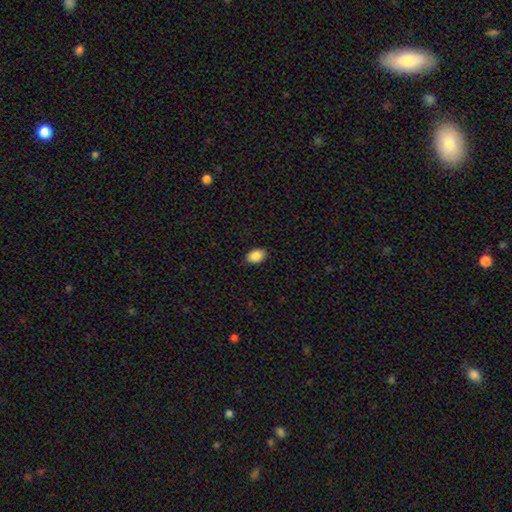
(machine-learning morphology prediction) Smooth or featured? smooth (87%)
How rounded? in between (84%)
Merging? none (88%)